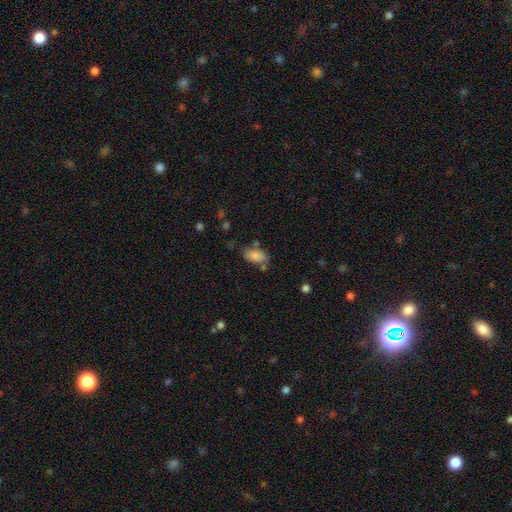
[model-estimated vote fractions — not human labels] A smooth galaxy with no disk features (82%) that is in between round and cigar-shaped (92%).

Vote fractions:
- Smooth or featured? smooth: 82% / featured or disk: 10% / star or artifact: 8%
- How rounded? in between: 92% / round: 5% / cigar-shaped: 2%
- Merging? none: 60% / minor disturbance: 21% / merger: 13% / major disturbance: 7%